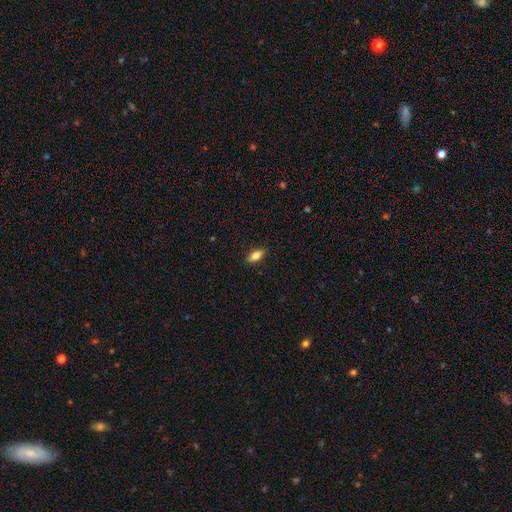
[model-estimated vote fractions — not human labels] Smooth or featured?
  - smooth: 75% *
  - featured or disk: 17%
  - star or artifact: 7%
How rounded?
  - in between: 81% *
  - cigar-shaped: 15%
  - round: 4%
Merging?
  - none: 88% *
  - minor disturbance: 9%
  - major disturbance: 2%
  - merger: 1%